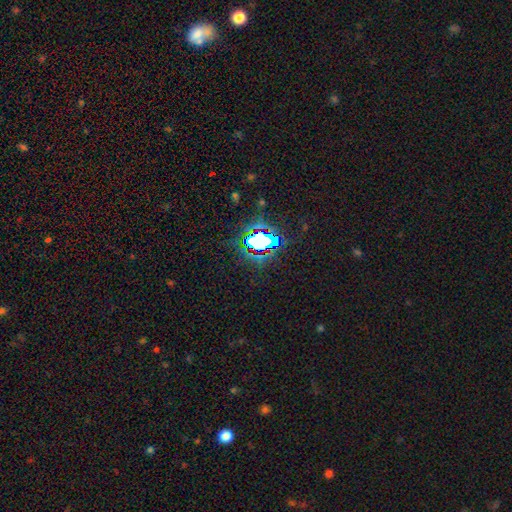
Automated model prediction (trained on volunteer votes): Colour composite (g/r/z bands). It shows a star or artifact, not a galaxy (81%).